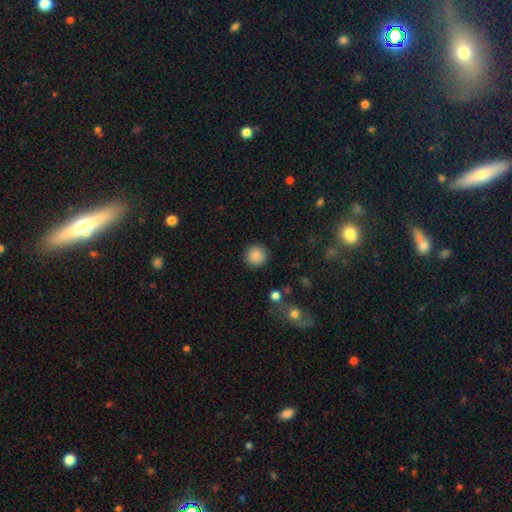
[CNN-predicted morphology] Smooth or featured: smooth — 88% (star or artifact — 9%)
How rounded: round — 93% (in between — 6%)
Merging: none — 90% (minor disturbance — 6%)